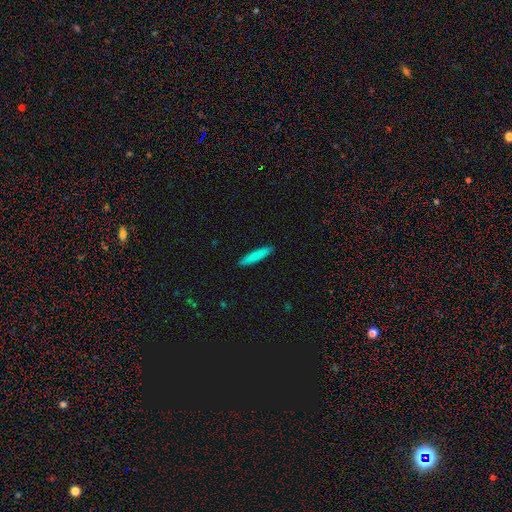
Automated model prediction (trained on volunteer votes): smooth_or_featured: smooth (p=0.84) [alt: featured or disk p=0.10]
how_rounded: cigar-shaped (p=0.89) [alt: in between p=0.10]
merging: none (p=0.91) [alt: minor disturbance p=0.06]